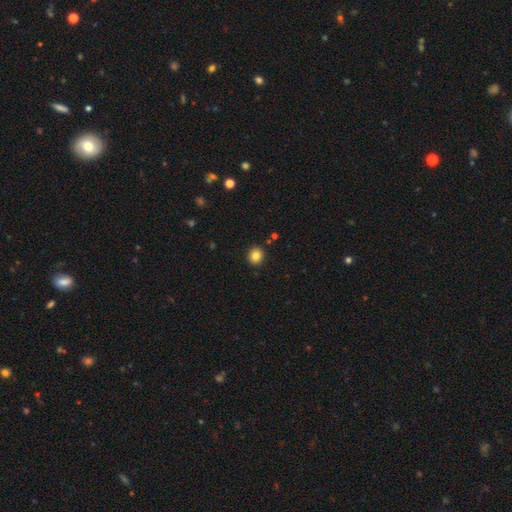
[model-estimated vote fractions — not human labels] A smooth galaxy with no disk features (84%) that is round (84%).

Vote fractions:
- Smooth or featured? smooth: 84% / star or artifact: 11% / featured or disk: 5%
- How rounded? round: 84% / in between: 15% / cigar-shaped: 1%
- Merging? none: 91% / minor disturbance: 6% / major disturbance: 2% / merger: 2%